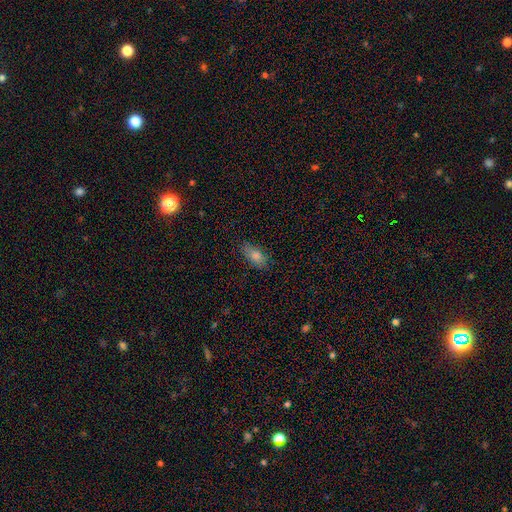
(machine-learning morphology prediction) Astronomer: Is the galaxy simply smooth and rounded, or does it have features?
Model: smooth — 79%.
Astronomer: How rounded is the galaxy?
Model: in between — 86%.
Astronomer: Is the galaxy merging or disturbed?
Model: none — 81%.